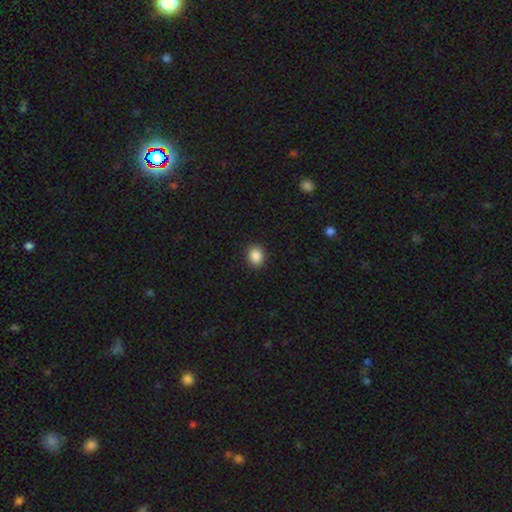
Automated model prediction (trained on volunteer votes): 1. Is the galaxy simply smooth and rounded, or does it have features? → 87% smooth, 9% star or artifact, 3% featured or disk.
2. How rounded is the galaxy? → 64% round, 35% in between, 1% cigar-shaped.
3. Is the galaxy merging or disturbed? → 91% none, 6% minor disturbance, 2% major disturbance, 1% merger.